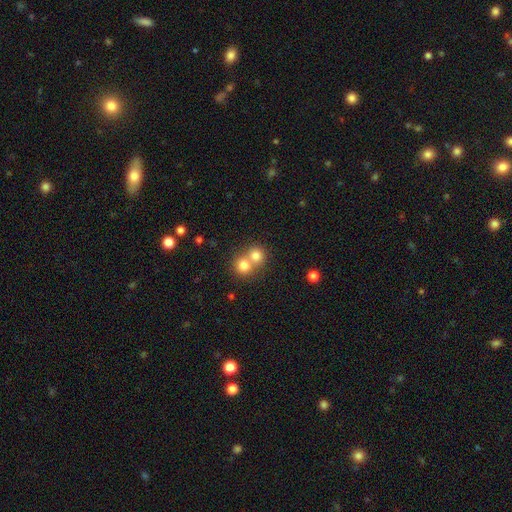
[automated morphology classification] A smooth galaxy with no disk features (78%) that is round (85%). Merging: merger (57%).